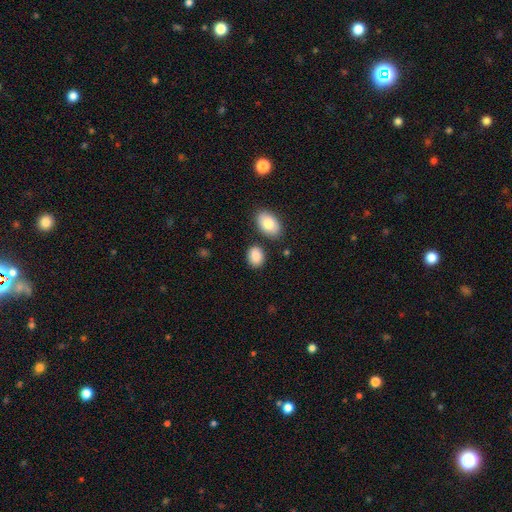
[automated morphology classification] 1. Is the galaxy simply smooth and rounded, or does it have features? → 87% smooth, 7% star or artifact, 6% featured or disk.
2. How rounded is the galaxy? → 74% in between, 24% round, 1% cigar-shaped.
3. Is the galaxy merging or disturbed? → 78% none, 11% minor disturbance, 8% merger, 3% major disturbance.